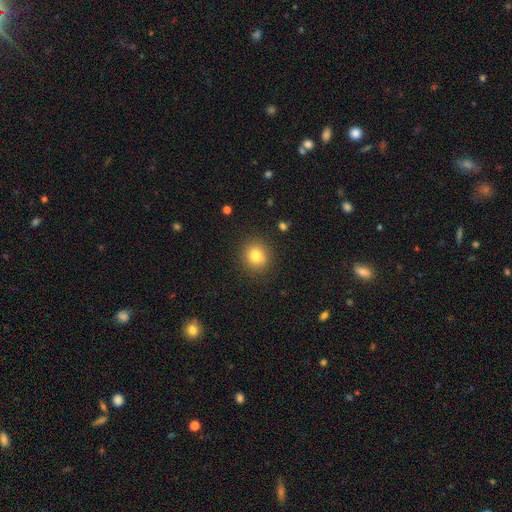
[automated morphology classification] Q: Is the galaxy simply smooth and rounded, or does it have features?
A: smooth — 80%.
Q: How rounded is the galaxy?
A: round — 85%.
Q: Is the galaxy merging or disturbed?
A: none — 87%.